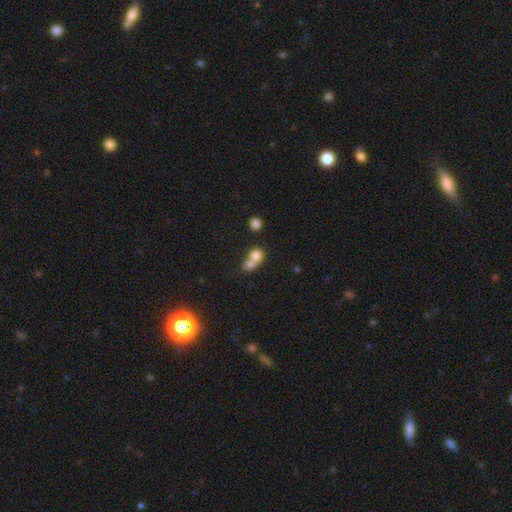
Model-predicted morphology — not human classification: The model was most divided on "how rounded": round: 70%, in between: 28%, cigar-shaped: 2%. More confident: smooth or featured — smooth (75%); merging — merger (67%).